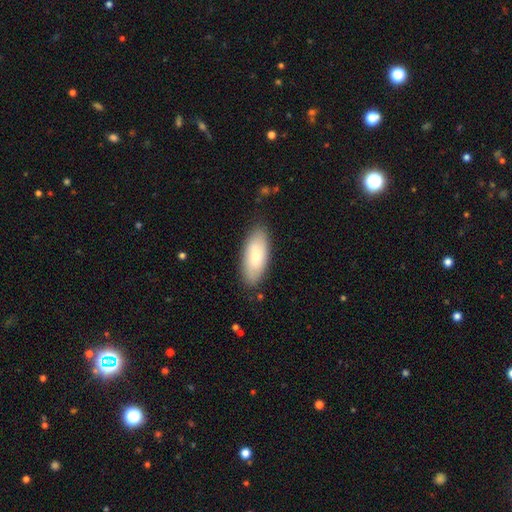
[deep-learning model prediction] Smooth or featured? Predicted: smooth (p=0.74). How rounded? Predicted: in between (p=0.82). Merging? Predicted: none (p=0.84).